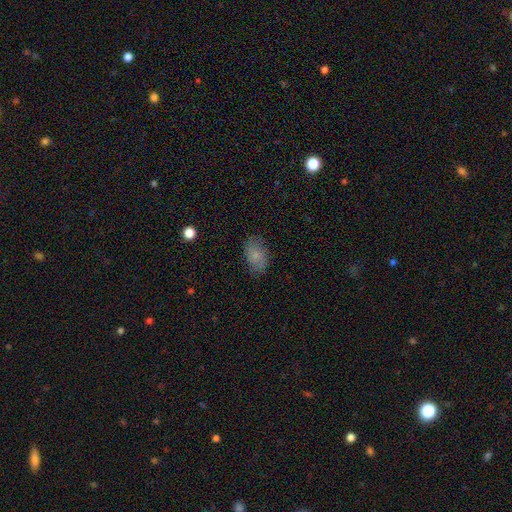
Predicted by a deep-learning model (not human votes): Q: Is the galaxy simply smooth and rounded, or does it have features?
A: smooth — 77%.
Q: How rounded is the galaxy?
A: in between — 89%.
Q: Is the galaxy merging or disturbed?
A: none — 78%.